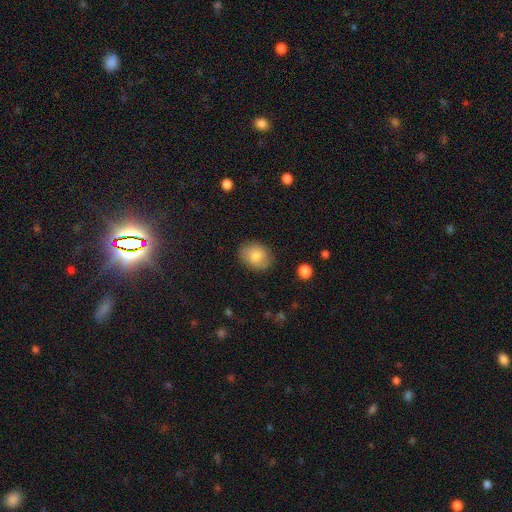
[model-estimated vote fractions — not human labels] A smooth galaxy with no disk features (81%) that is in between round and cigar-shaped (64%). Merging: none (84%).